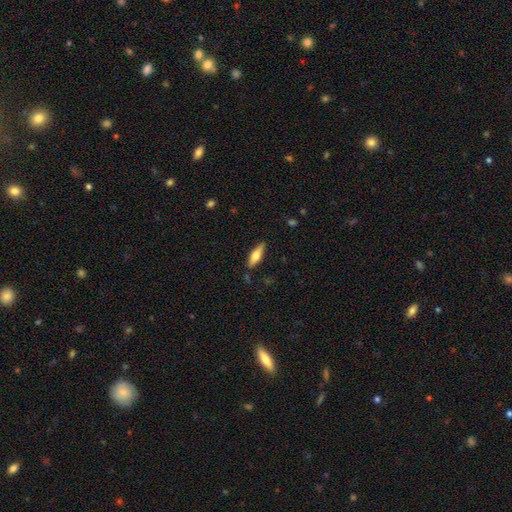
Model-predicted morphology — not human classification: Smooth or featured? Predicted: smooth (p=0.58). How rounded? Predicted: in between (p=0.49, tied with cigar-shaped). Merging? Predicted: none (p=0.85).